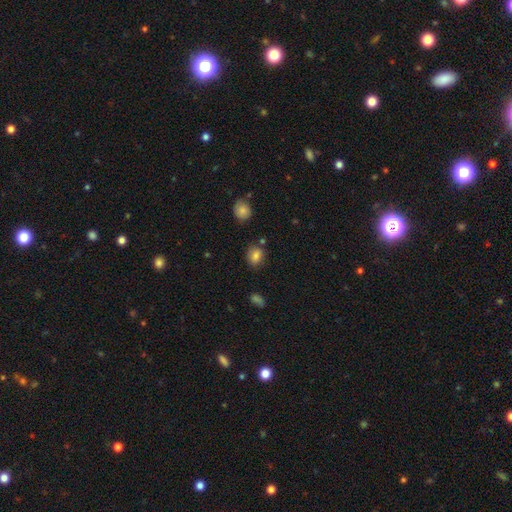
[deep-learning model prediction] Smooth or featured? smooth (81%)
How rounded? round (52%)
Merging? none (78%)